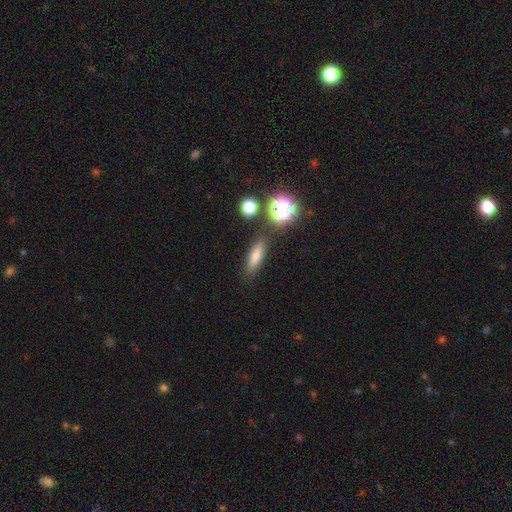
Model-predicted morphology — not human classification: Smooth or featured? Predicted: smooth (p=0.66). How rounded? Predicted: cigar-shaped (p=0.55). Merging? Predicted: none (p=0.83).